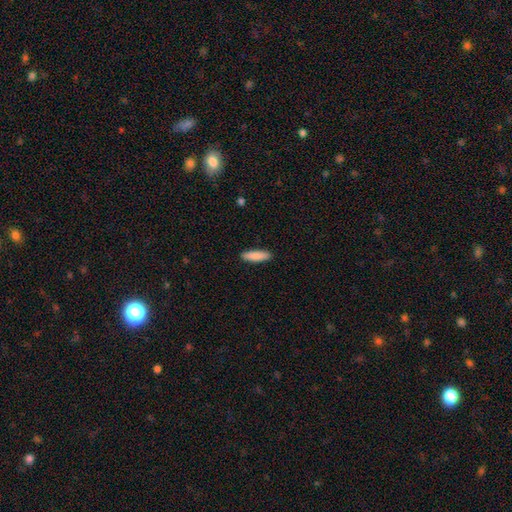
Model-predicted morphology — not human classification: This appears to be a smooth galaxy with no disk features (88%) that is cigar-shaped (65%). Merging: none (91%).